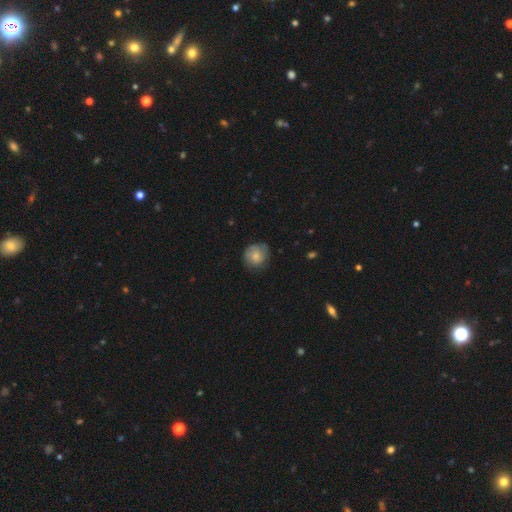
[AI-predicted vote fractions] smooth-or-featured: smooth: 70% | featured or disk: 23% | star or artifact: 8%
  how-rounded: round: 86% | in between: 13% | cigar-shaped: 1%
  merging: none: 71% | minor disturbance: 22% | major disturbance: 5% | merger: 1%